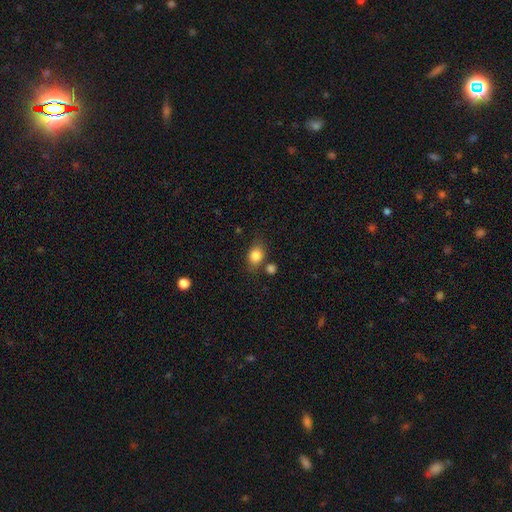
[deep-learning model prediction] A smooth galaxy with no disk features (83%) that is in between round and cigar-shaped (60%).

Vote fractions:
- Smooth or featured? smooth: 83% / star or artifact: 9% / featured or disk: 7%
- How rounded? in between: 60% / round: 38% / cigar-shaped: 2%
- Merging? none: 69% / minor disturbance: 16% / merger: 10% / major disturbance: 5%